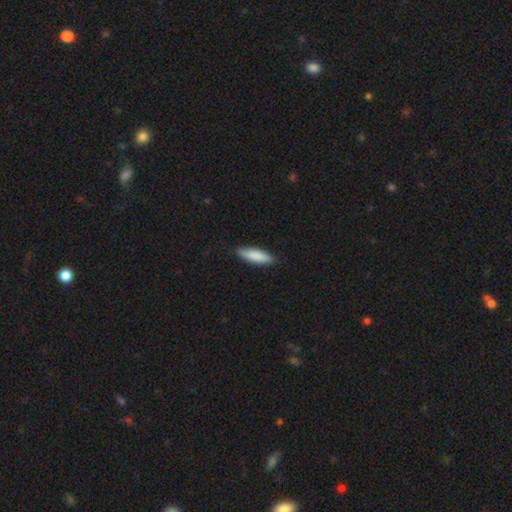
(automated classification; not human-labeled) Smooth or featured? Predicted: smooth (p=0.86). How rounded? Predicted: cigar-shaped (p=0.60). Merging? Predicted: none (p=0.87).